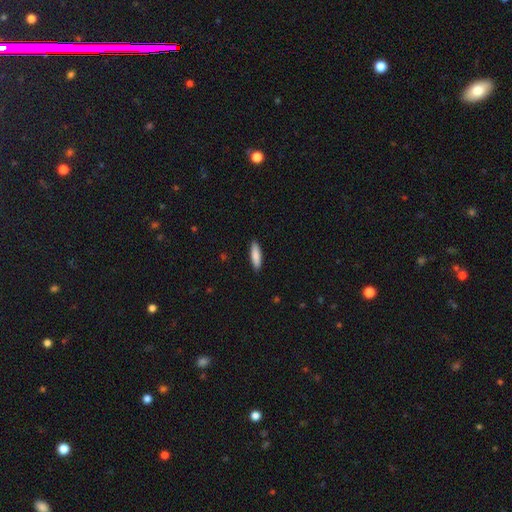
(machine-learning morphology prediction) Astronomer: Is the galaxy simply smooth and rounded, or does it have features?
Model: smooth — 86%.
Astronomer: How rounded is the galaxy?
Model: cigar-shaped — 63%.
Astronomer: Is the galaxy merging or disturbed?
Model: none — 90%.